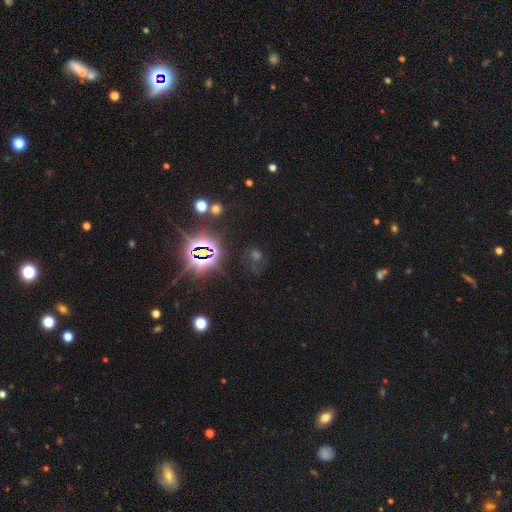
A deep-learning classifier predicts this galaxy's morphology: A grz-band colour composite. It shows a star or artifact, not a galaxy (66%).